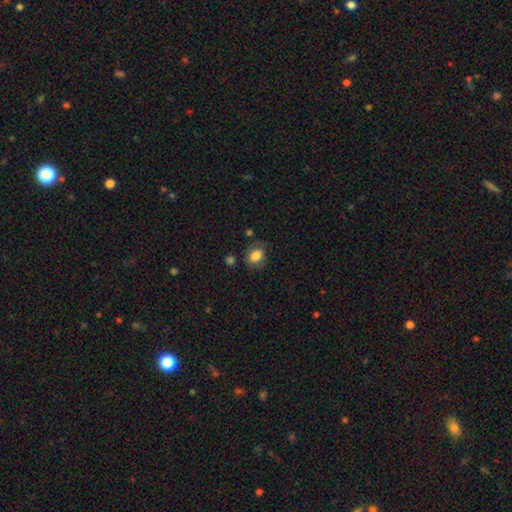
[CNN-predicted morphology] This is clearly a smooth galaxy (82%). How rounded: possibly in between (55%). Merging: likely none (73%).